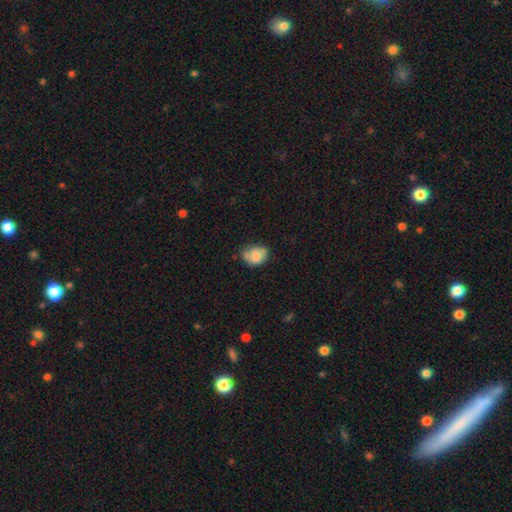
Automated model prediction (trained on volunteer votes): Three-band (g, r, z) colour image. It shows a smooth galaxy with no disk features (67%) that is in between round and cigar-shaped (54%). Merging: none (52%).